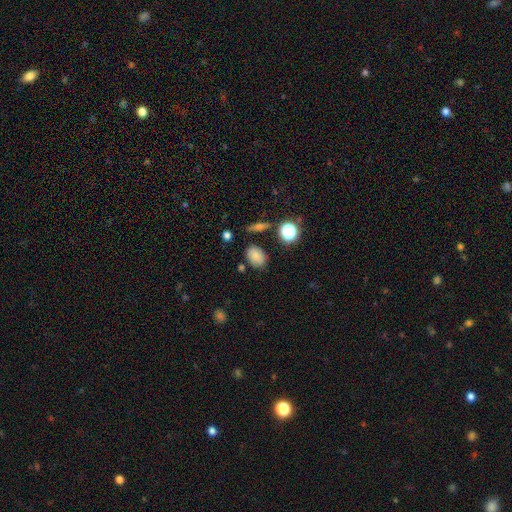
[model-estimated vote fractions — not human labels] A smooth galaxy with no disk features (79%) that is in between round and cigar-shaped (76%). Merging: none (78%).